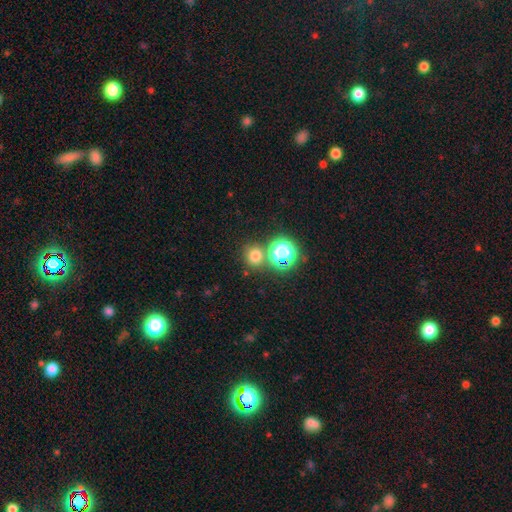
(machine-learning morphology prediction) Overall: smooth (70%). How rounded: round (85%). Merging: none (74%).